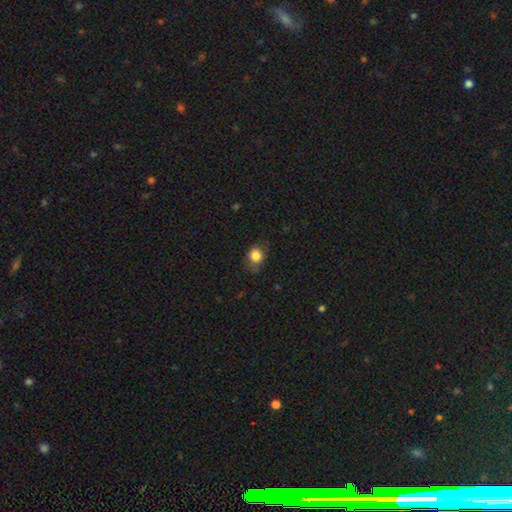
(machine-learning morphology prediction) Smooth or featured? Predicted: smooth (p=0.84). How rounded? Predicted: round (p=0.69). Merging? Predicted: none (p=0.72).